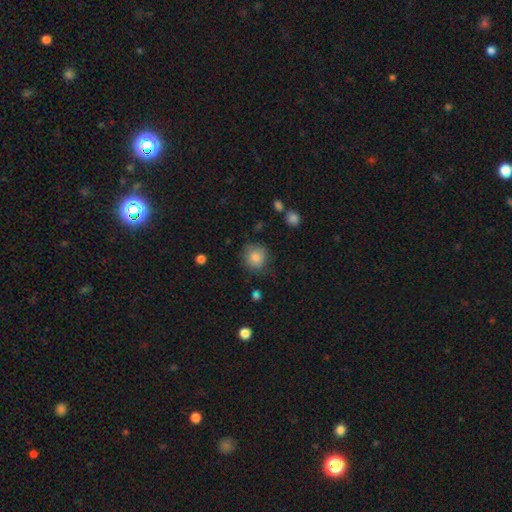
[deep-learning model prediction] Overall: smooth (83%). How rounded: round (89%). Merging: none (78%).